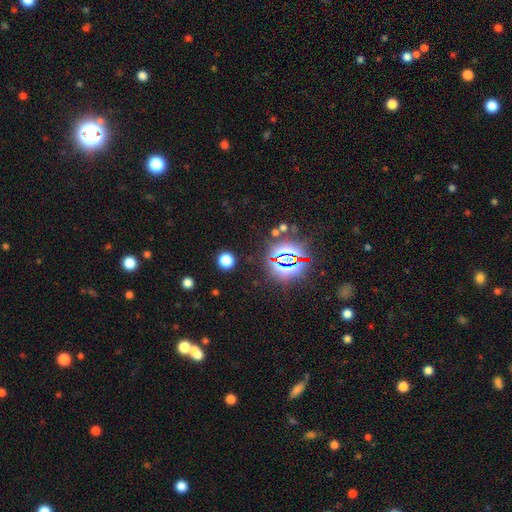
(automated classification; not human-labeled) star or artifact 83%, smooth 10%, featured or disk 7%.